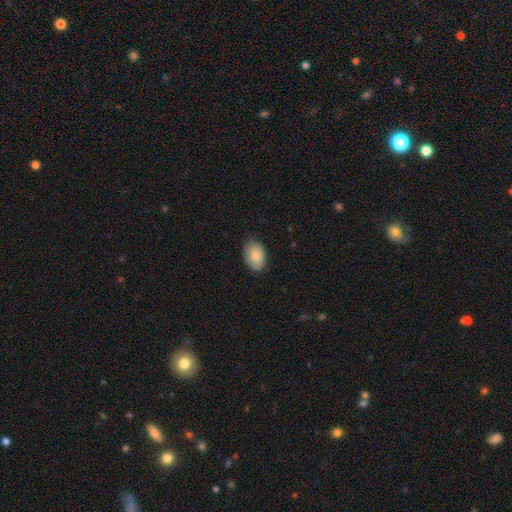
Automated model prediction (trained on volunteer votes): A smooth galaxy with no disk features (86%) that is in between round and cigar-shaped (85%).

Vote fractions:
- Smooth or featured? smooth: 86% / featured or disk: 8% / star or artifact: 7%
- How rounded? in between: 85% / round: 14% / cigar-shaped: 1%
- Merging? none: 79% / minor disturbance: 17% / major disturbance: 3% / merger: 1%